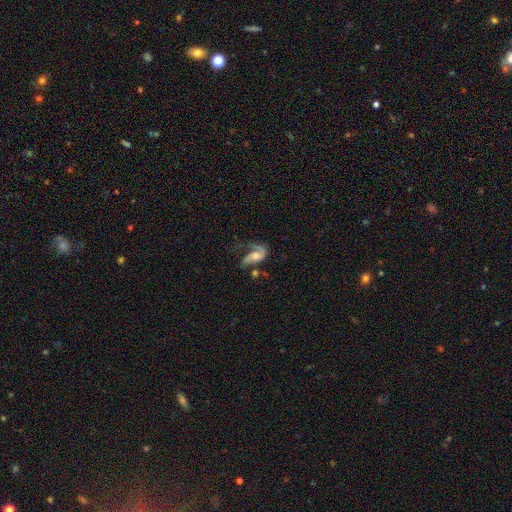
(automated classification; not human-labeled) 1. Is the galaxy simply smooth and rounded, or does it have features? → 72% featured or disk, 20% smooth, 8% star or artifact.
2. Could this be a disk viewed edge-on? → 96% no, 4% yes.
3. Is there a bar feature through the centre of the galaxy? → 61% no, 28% weak, 11% strong.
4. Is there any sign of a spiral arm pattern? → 87% yes, 13% no.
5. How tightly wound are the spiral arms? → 54% loose, 33% medium, 13% tight.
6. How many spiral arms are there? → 57% 1, 35% 2, 4% can't tell, 1% 3, 1% 4, 1% more than 4.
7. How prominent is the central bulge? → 40% moderate, 23% small, 20% large, 14% none, 3% dominant.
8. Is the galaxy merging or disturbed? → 44% major disturbance, 27% none, 15% minor disturbance, 13% merger.